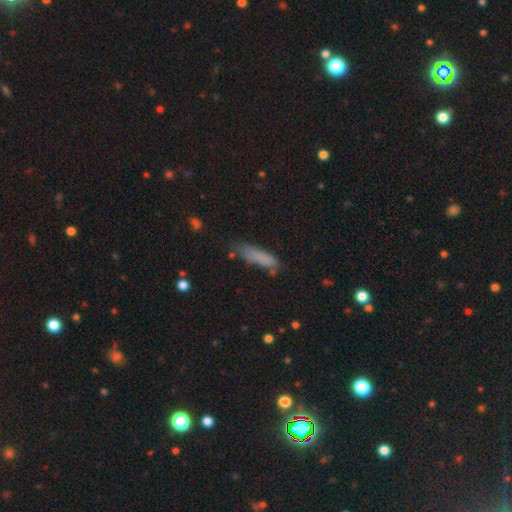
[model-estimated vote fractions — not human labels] Smooth or featured: smooth — 80% (featured or disk — 11%)
How rounded: cigar-shaped — 68% (in between — 30%)
Merging: none — 64% (minor disturbance — 24%)